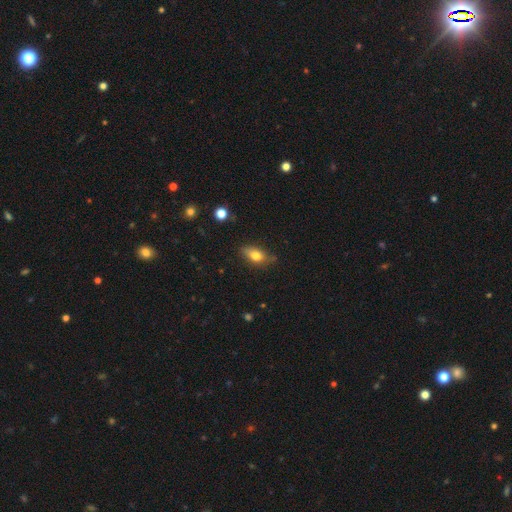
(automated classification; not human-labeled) smooth-or-featured: smooth: 74% | featured or disk: 17% | star or artifact: 9%
  how-rounded: in between: 81% | cigar-shaped: 10% | round: 8%
  merging: none: 70% | minor disturbance: 23% | major disturbance: 5% | merger: 2%